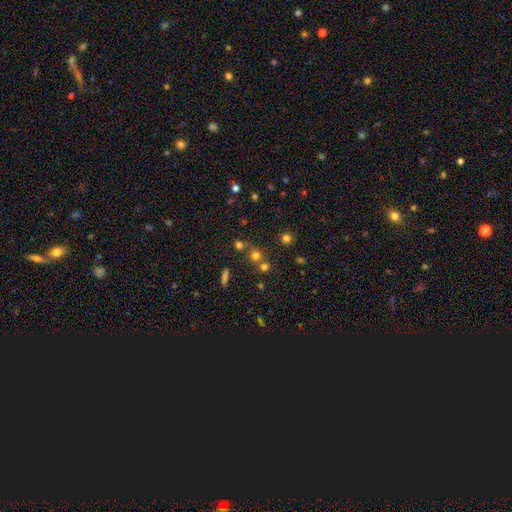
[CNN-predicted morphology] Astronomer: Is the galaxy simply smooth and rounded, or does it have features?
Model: smooth — 65%.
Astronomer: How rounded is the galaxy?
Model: round — 89%.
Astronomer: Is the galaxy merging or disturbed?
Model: none — 64%.